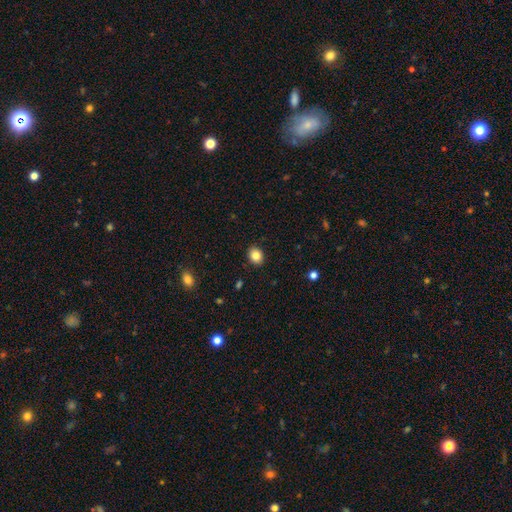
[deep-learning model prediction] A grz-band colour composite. It shows a smooth galaxy with no disk features (84%) that is round (51%). Merging: none (90%).